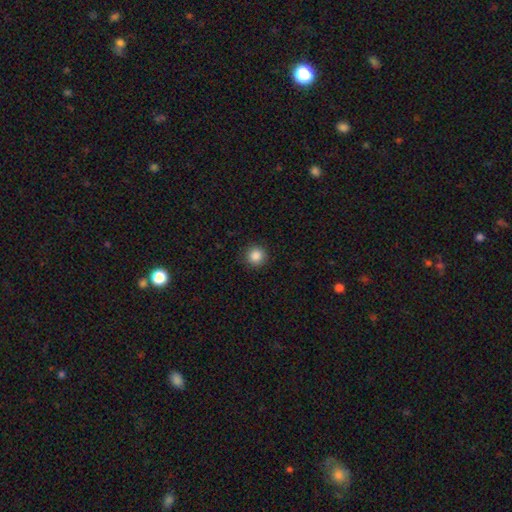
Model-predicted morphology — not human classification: Smooth or featured?
  - smooth: 86% *
  - star or artifact: 10%
  - featured or disk: 3%
How rounded?
  - round: 94% *
  - in between: 5%
  - cigar-shaped: 1%
Merging?
  - none: 91% *
  - minor disturbance: 6%
  - major disturbance: 2%
  - merger: 1%